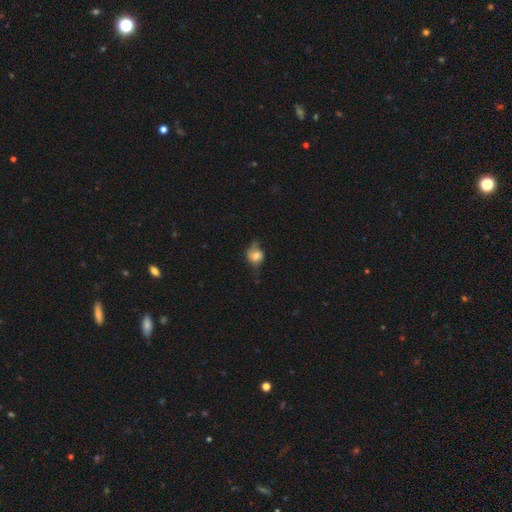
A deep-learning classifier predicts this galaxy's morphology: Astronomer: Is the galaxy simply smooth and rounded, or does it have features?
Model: smooth — 65%.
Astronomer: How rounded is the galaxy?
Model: round — 61% (runner-up: in between, 37%).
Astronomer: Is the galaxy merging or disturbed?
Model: none — 47% (runner-up: minor disturbance, 33%).